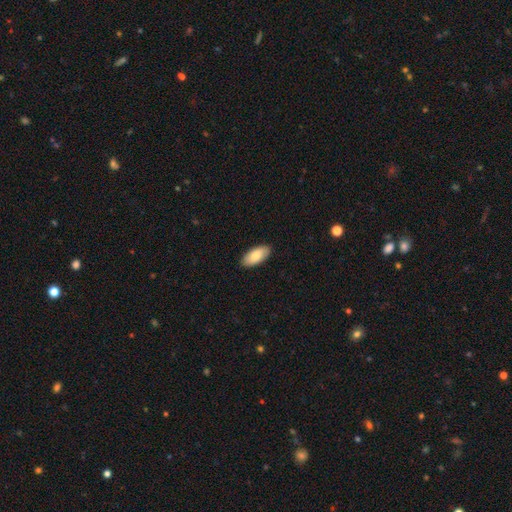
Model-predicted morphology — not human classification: smooth-or-featured: smooth: 82% | featured or disk: 12% | star or artifact: 6%
  how-rounded: in between: 92% | cigar-shaped: 6% | round: 2%
  merging: none: 90% | minor disturbance: 8% | major disturbance: 2% | merger: 1%